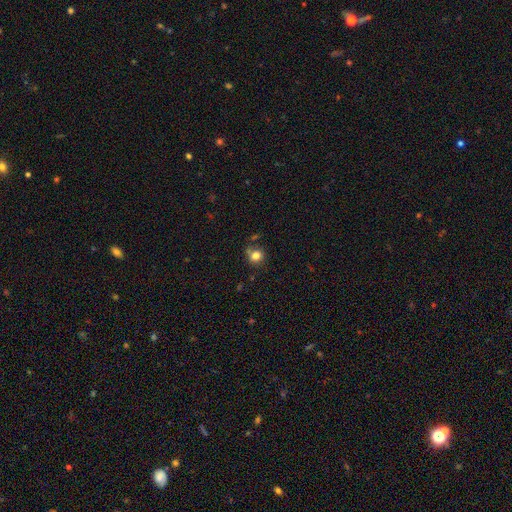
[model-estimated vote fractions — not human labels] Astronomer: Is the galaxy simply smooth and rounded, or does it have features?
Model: smooth — 81%.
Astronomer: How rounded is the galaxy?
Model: round — 80%.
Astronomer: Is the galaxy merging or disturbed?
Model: none — 63%.